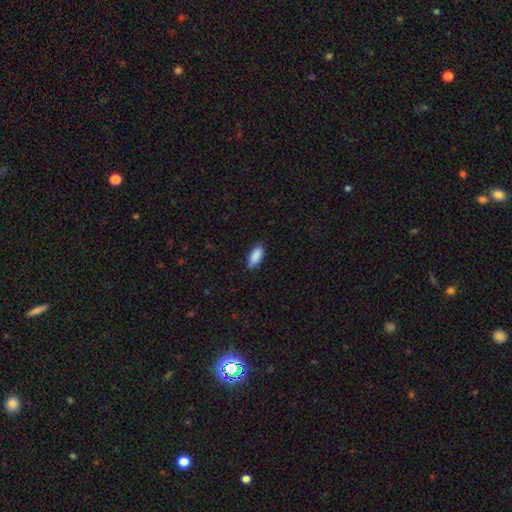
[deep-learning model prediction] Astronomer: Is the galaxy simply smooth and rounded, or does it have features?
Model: smooth — 89%.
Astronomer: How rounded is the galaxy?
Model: in between — 85%.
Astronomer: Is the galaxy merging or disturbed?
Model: none — 79%.